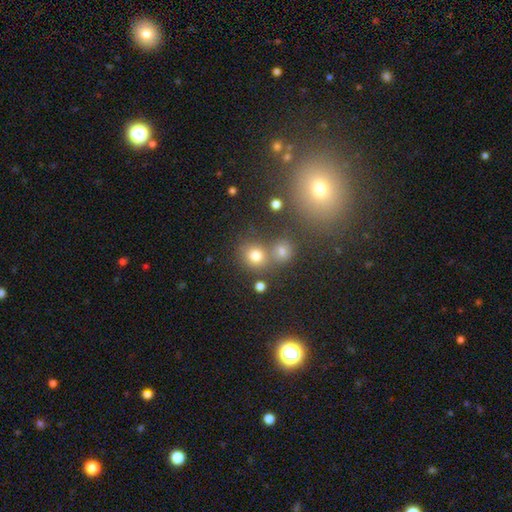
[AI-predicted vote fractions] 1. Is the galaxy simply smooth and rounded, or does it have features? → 75% smooth, 17% star or artifact, 8% featured or disk.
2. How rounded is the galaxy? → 81% round, 18% in between, 1% cigar-shaped.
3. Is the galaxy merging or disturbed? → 60% none, 25% merger, 10% minor disturbance, 5% major disturbance.